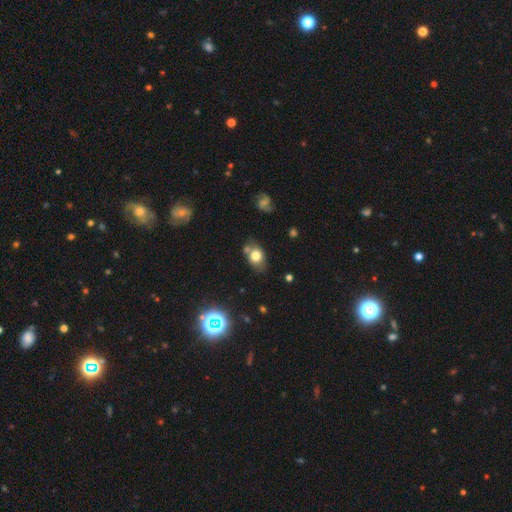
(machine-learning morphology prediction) Overall: smooth (72%). How rounded: in between (68%; round 30%). Merging: none (62%).